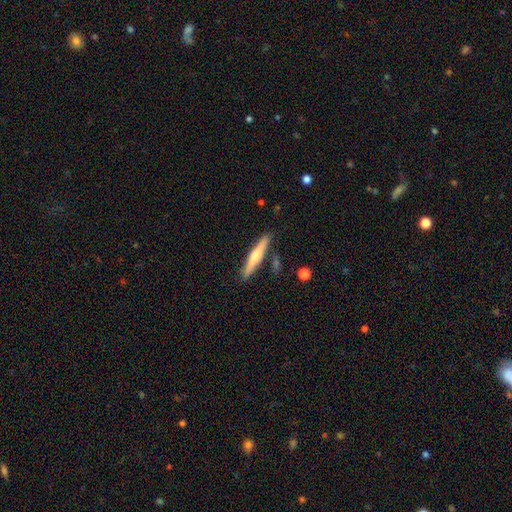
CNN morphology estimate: Smooth or featured? smooth (49%)
Merging? none (85%)